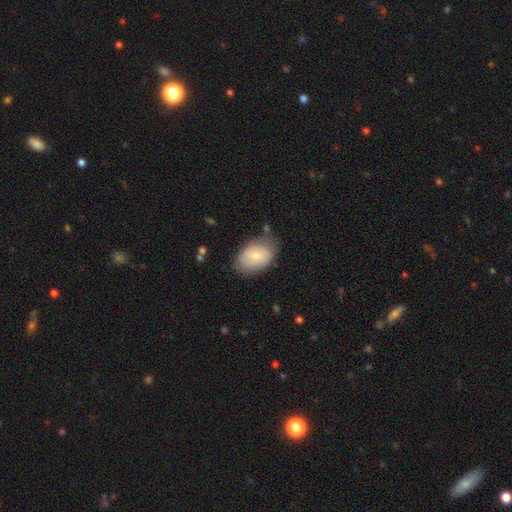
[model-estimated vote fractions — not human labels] This is likely a smooth galaxy (70%). How rounded: clearly in between (88%). Merging: likely none (71%).